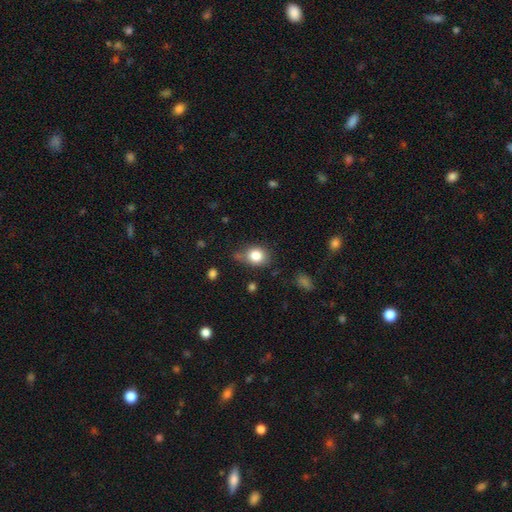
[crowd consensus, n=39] smooth 87%, star or artifact 10%, featured or disk 3%. Down the decision tree: how rounded — round (68%); merging — none (74%).